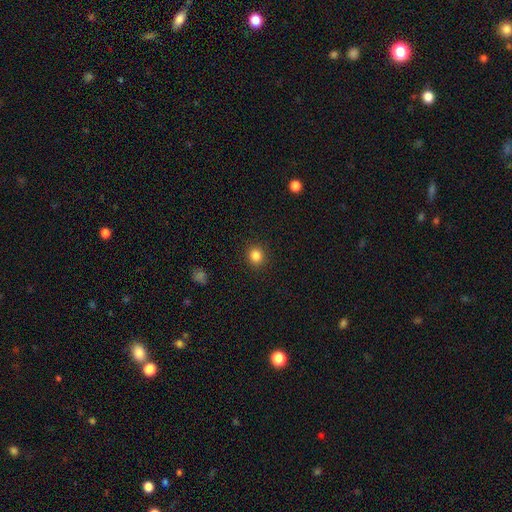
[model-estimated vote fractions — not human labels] Smooth or featured: smooth — 85% (star or artifact — 11%)
How rounded: round — 85% (in between — 15%)
Merging: none — 91% (minor disturbance — 6%)